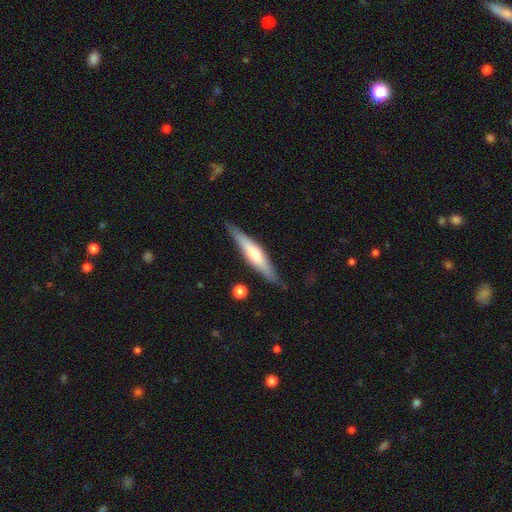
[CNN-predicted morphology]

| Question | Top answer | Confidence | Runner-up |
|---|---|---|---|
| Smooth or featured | featured or disk | 53% | smooth (42%) |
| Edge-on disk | yes | 92% | no (8%) |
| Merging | none | 84% | minor disturbance (12%) |